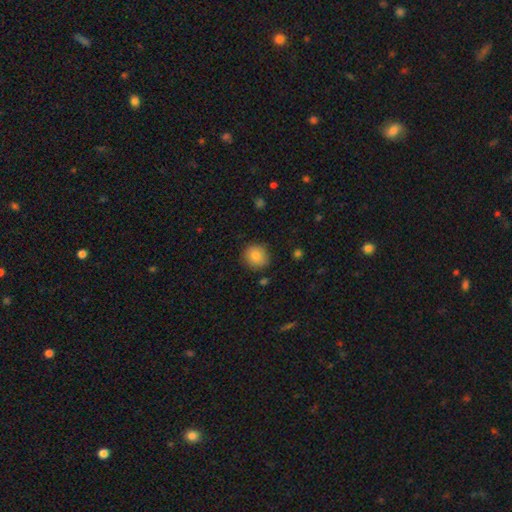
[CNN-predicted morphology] Smooth or featured?
  - smooth: 83% *
  - star or artifact: 9%
  - featured or disk: 8%
How rounded?
  - round: 87% *
  - in between: 12%
  - cigar-shaped: 1%
Merging?
  - none: 86% *
  - minor disturbance: 10%
  - major disturbance: 2%
  - merger: 2%